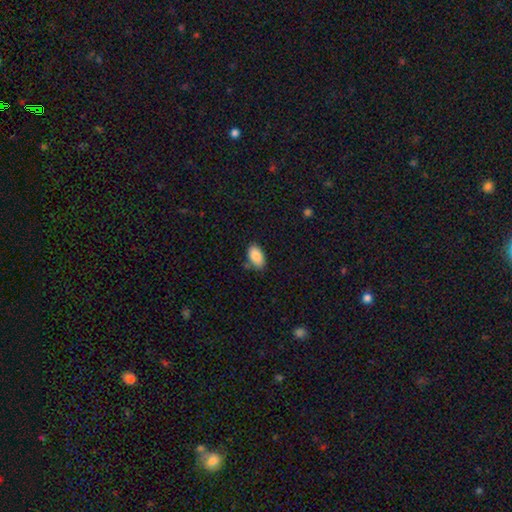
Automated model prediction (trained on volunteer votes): smooth-or-featured: smooth: 87% | star or artifact: 7% | featured or disk: 6%
  how-rounded: in between: 94% | round: 4% | cigar-shaped: 2%
  merging: none: 76% | minor disturbance: 17% | merger: 4% | major disturbance: 3%